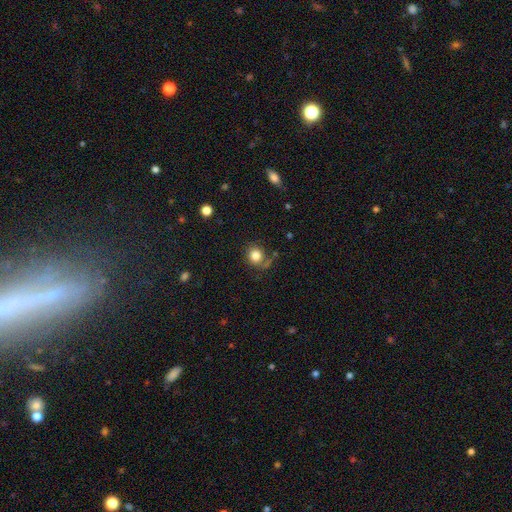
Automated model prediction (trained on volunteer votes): Morphology: type=smooth (81%); roundness=round (81%); merging=none (67%).